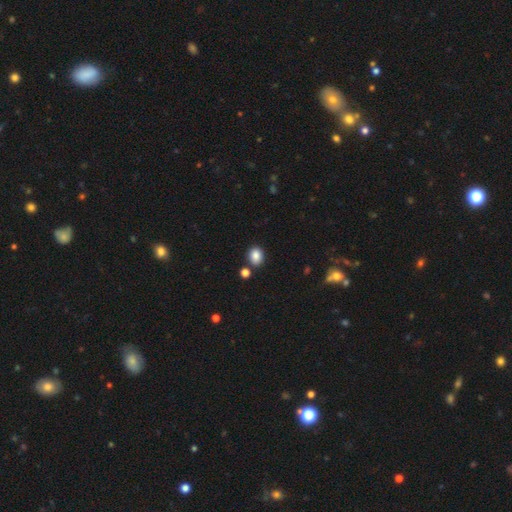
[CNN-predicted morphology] A smooth galaxy with no disk features (86%) that is round (51%). Merging: none (80%).